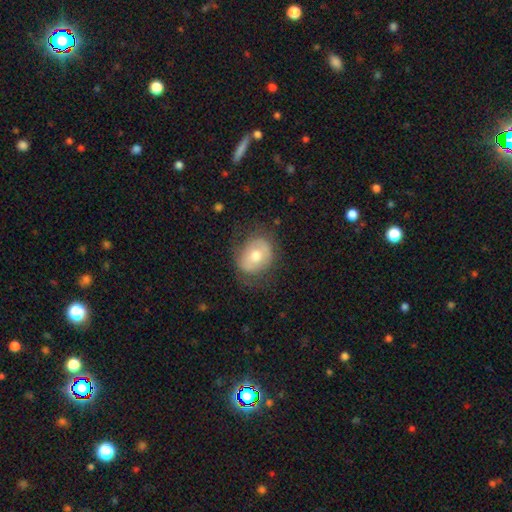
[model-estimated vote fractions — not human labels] Q: Smooth or featured?
A: smooth (55%); runner-up: featured or disk (37%)
Q: How rounded?
A: round (51%); runner-up: in between (48%)
Q: Merging?
A: none (70%); runner-up: minor disturbance (20%)